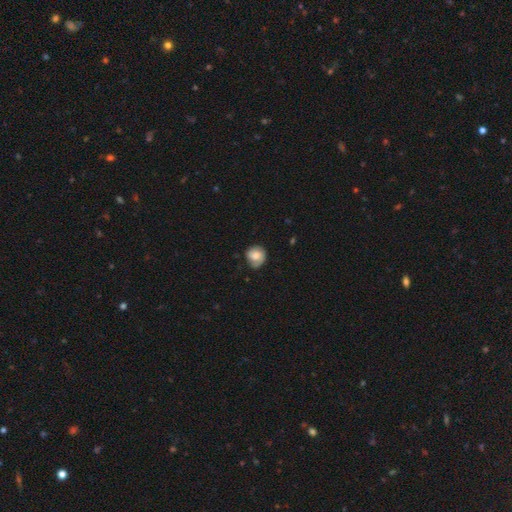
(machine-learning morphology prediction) type=smooth (67%); roundness=round (80%); merging=none (60%).